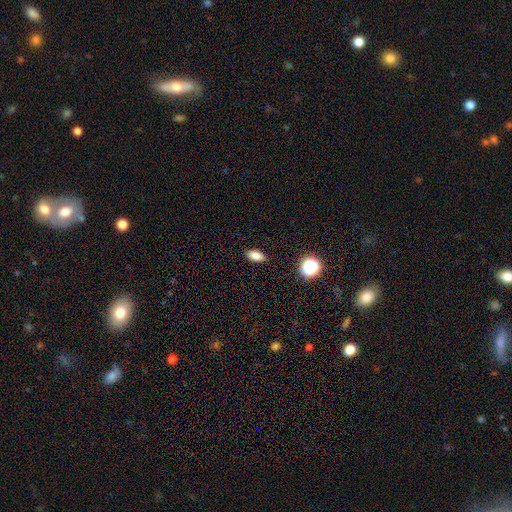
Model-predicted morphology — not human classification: Smooth or featured? smooth (84%)
How rounded? in between (88%)
Merging? none (89%)